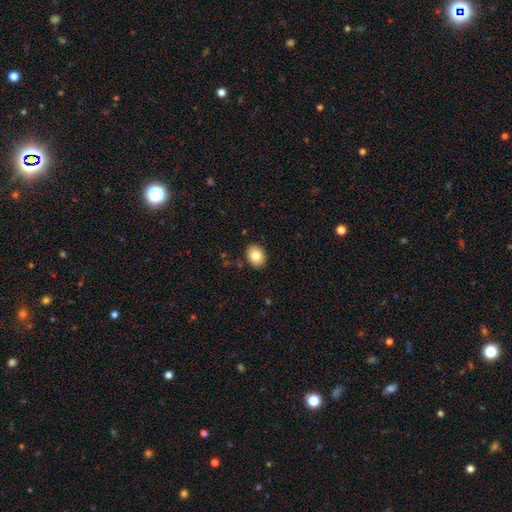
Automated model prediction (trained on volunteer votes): smooth-or-featured: smooth: 82% | featured or disk: 10% | star or artifact: 8%
  how-rounded: in between: 57% | round: 42% | cigar-shaped: 1%
  merging: none: 89% | minor disturbance: 8% | major disturbance: 2% | merger: 1%